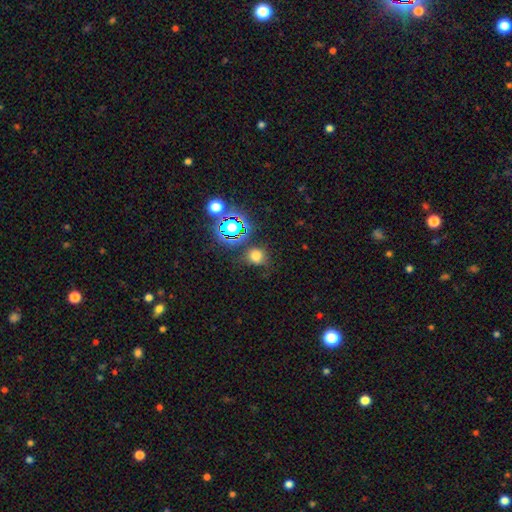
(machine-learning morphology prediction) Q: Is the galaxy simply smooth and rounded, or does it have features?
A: smooth — 69%.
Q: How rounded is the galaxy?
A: round — 78%.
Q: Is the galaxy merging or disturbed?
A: none — 72%.